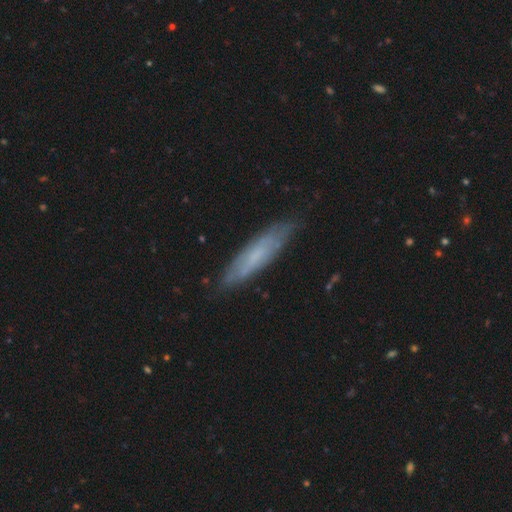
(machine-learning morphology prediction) Overall: smooth (52%; featured or disk 41%). How rounded: cigar-shaped (75%). Merging: none (80%).